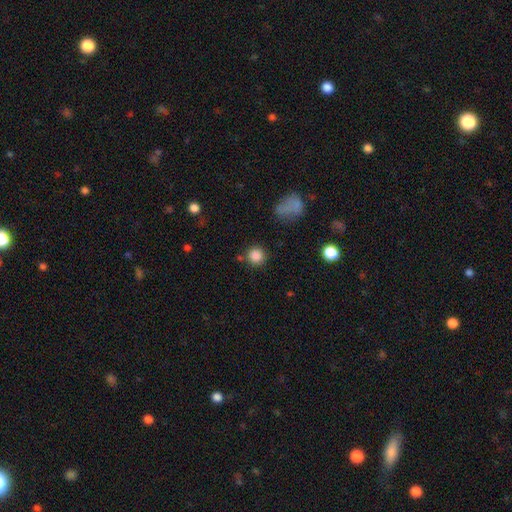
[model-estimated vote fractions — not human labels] Smooth or featured? smooth (85%)
How rounded? round (92%)
Merging? none (81%)